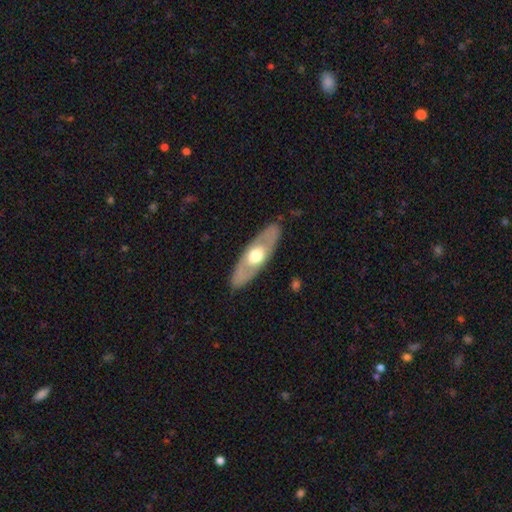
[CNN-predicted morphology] type=featured or disk (56%); edge-on=no (66%); merging=none (86%).